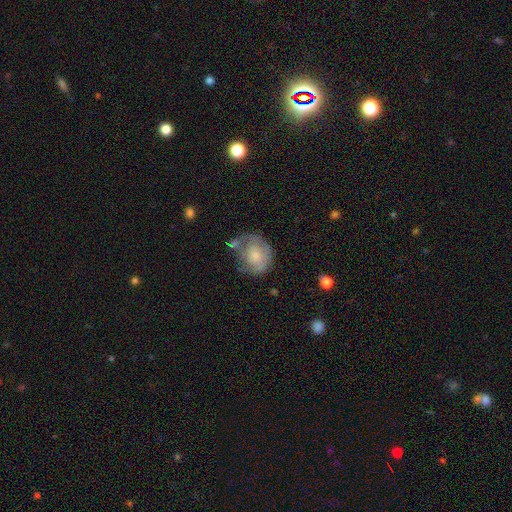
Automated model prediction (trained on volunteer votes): The model was most divided on "merging": none: 43%, minor disturbance: 29%, major disturbance: 19%, merger: 9%. More confident: how rounded — round (62%); smooth or featured — smooth (60%).